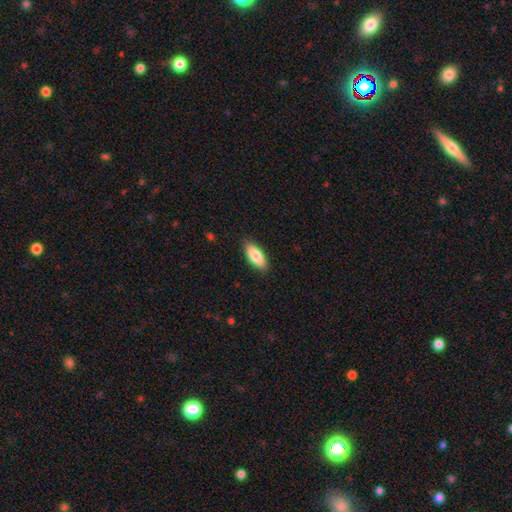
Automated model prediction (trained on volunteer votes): smooth_or_featured: smooth (p=0.83) [alt: featured or disk p=0.11]
how_rounded: in between (p=0.80) [alt: cigar-shaped p=0.18]
merging: none (p=0.87) [alt: minor disturbance p=0.10]